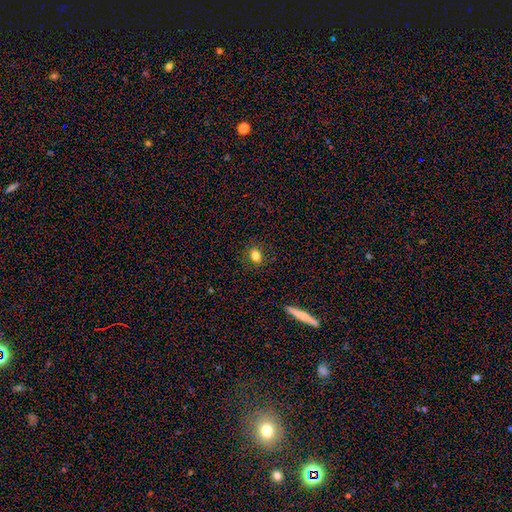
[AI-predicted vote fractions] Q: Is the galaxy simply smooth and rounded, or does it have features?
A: smooth — 81%.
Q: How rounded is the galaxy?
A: in between — 53%.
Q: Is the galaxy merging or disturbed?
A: none — 86%.